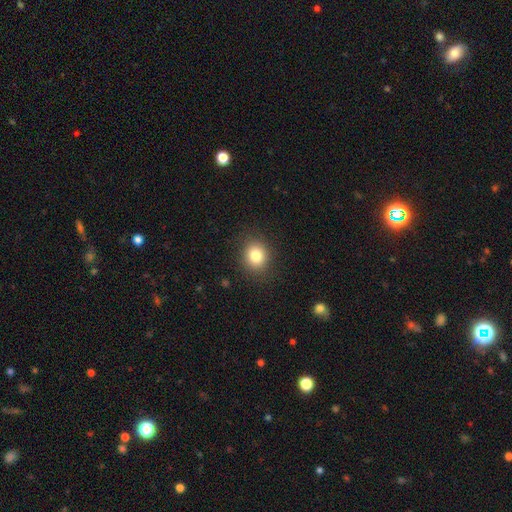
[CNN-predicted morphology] smooth 82%, star or artifact 11%, featured or disk 8%. Down the decision tree: how rounded — round (71%); merging — none (88%).